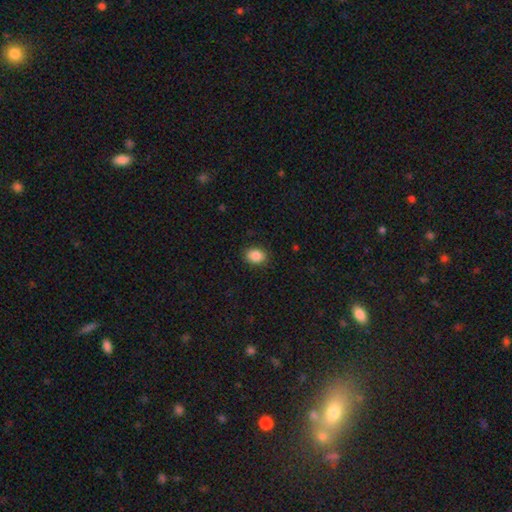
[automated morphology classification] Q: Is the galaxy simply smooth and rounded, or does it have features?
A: smooth — 88%.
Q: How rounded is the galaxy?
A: in between — 65%.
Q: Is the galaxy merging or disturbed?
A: none — 88%.